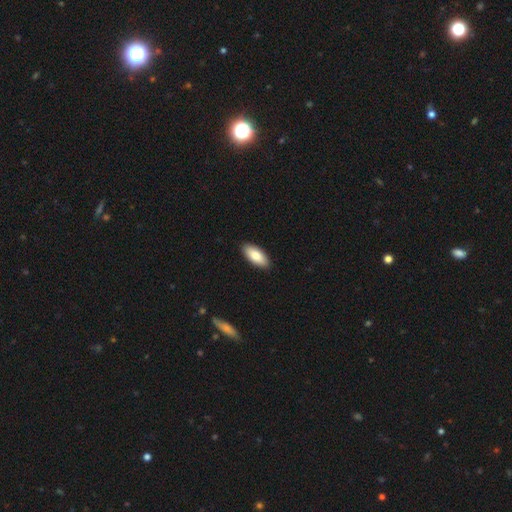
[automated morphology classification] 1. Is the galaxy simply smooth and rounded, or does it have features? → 83% smooth, 11% featured or disk, 6% star or artifact.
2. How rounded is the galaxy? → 86% in between, 12% cigar-shaped, 2% round.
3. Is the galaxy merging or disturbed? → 90% none, 7% minor disturbance, 1% major disturbance, 1% merger.